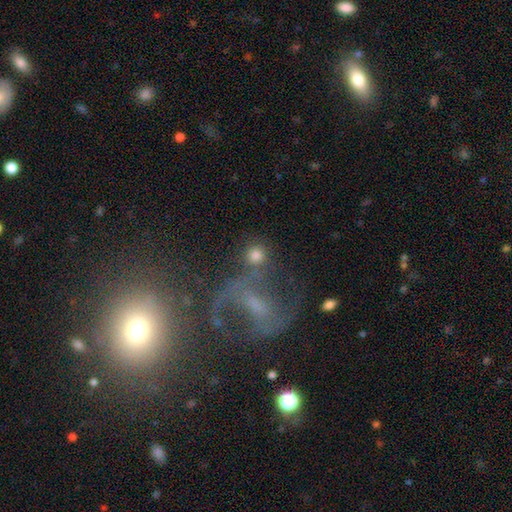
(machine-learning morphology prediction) smooth 66%, featured or disk 20%, star or artifact 14%. Down the decision tree: how rounded — round (90%); merging — none (63%).